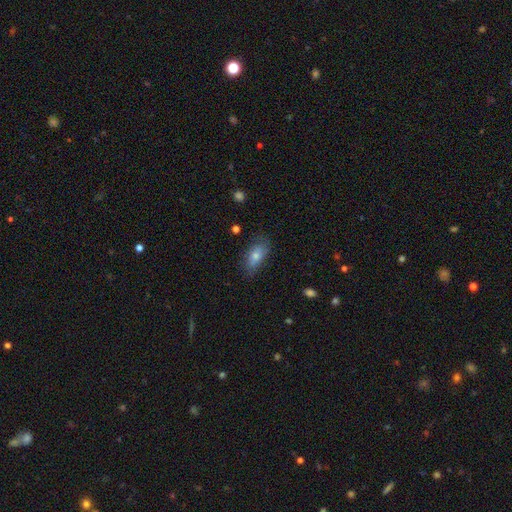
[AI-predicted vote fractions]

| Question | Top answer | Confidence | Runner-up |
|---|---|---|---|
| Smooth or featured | smooth | 64% | featured or disk (24%) |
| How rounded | in between | 81% | cigar-shaped (14%) |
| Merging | none | 77% | minor disturbance (18%) |